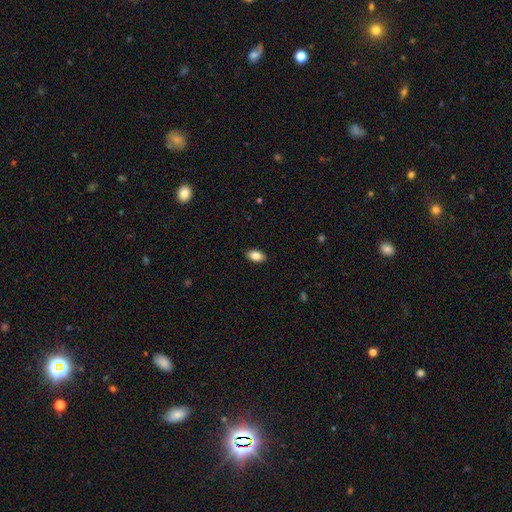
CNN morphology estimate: A smooth galaxy with no disk features (86%) that is in between round and cigar-shaped (92%).

Vote fractions:
- Smooth or featured? smooth: 86% / star or artifact: 7% / featured or disk: 6%
- How rounded? in between: 92% / round: 5% / cigar-shaped: 3%
- Merging? none: 89% / minor disturbance: 8% / major disturbance: 2% / merger: 1%